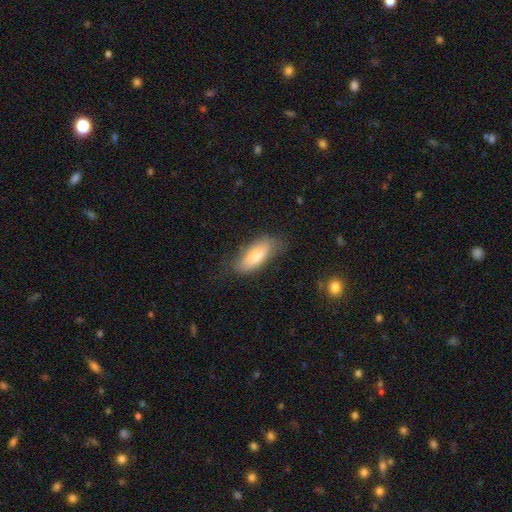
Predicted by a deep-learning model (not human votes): smooth-or-featured: smooth: 78% | featured or disk: 16% | star or artifact: 6%
  how-rounded: in between: 79% | cigar-shaped: 19% | round: 2%
  merging: none: 69% | minor disturbance: 23% | major disturbance: 7% | merger: 2%